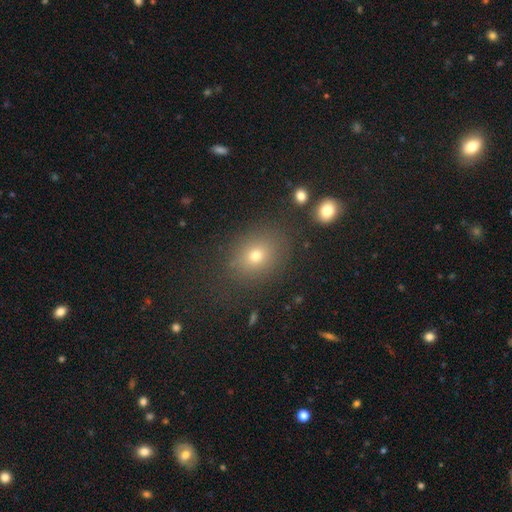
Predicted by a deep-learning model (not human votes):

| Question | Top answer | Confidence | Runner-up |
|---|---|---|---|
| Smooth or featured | smooth | 71% | star or artifact (17%) |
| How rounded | in between | 50% | round (49%) |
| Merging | none | 80% | minor disturbance (12%) |